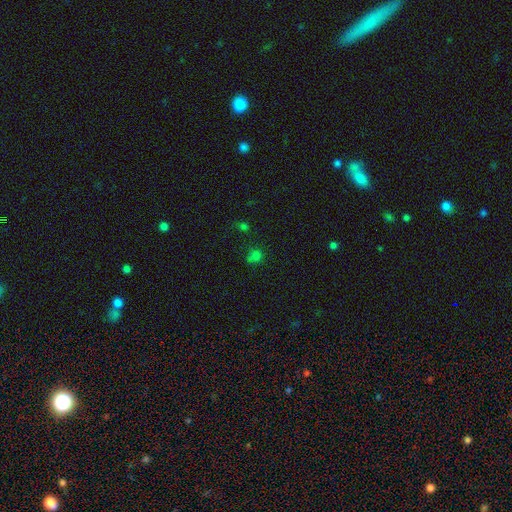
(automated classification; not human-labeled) The model was most divided on "smooth or featured": smooth: 67%, star or artifact: 26%, featured or disk: 7%. More confident: how rounded — round (79%); merging — none (63%).